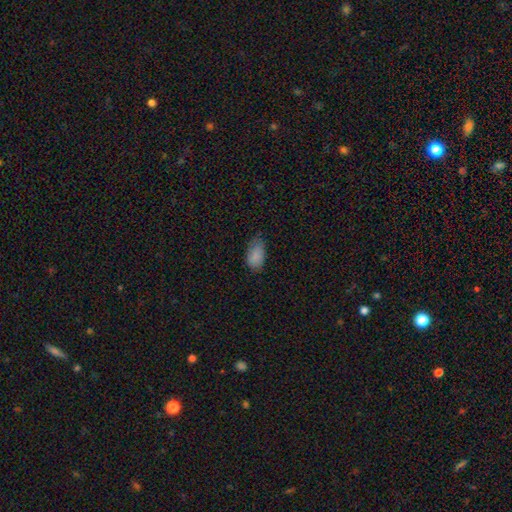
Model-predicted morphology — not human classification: smooth-or-featured: smooth: 87% | star or artifact: 8% | featured or disk: 6%
  how-rounded: in between: 93% | round: 4% | cigar-shaped: 2%
  merging: none: 62% | minor disturbance: 31% | major disturbance: 6% | merger: 1%